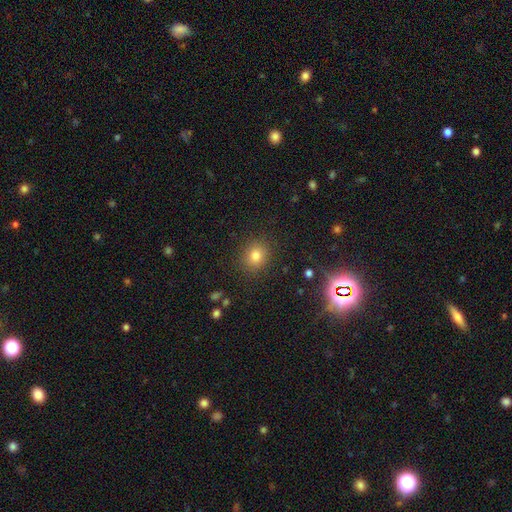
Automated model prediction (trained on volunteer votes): A smooth galaxy with no disk features (79%) that is round (79%).

Vote fractions:
- Smooth or featured? smooth: 79% / star or artifact: 14% / featured or disk: 7%
- How rounded? round: 79% / in between: 20% / cigar-shaped: 1%
- Merging? none: 88% / minor disturbance: 8% / major disturbance: 3% / merger: 1%